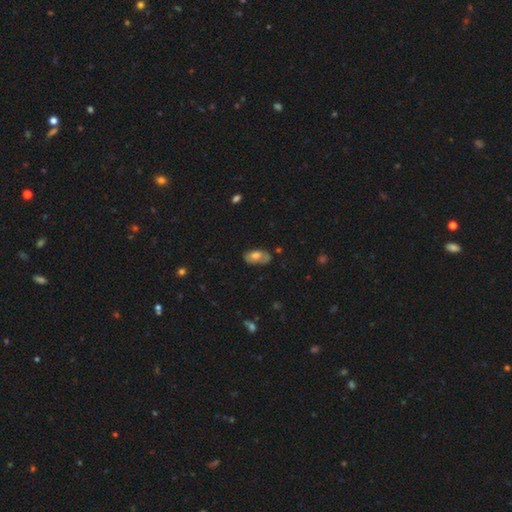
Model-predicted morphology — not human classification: Q: Smooth or featured?
A: smooth (66%); runner-up: featured or disk (26%)
Q: How rounded?
A: in between (92%); runner-up: round (5%)
Q: Merging?
A: none (57%); runner-up: minor disturbance (31%)